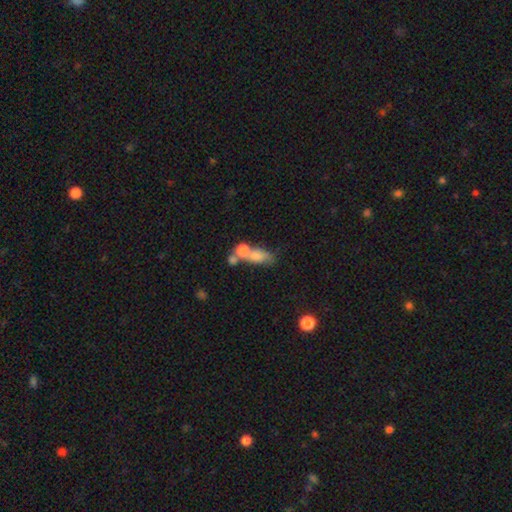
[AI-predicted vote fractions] Smooth or featured? smooth (62%)
How rounded? in between (61%)
Merging? merger (42%)